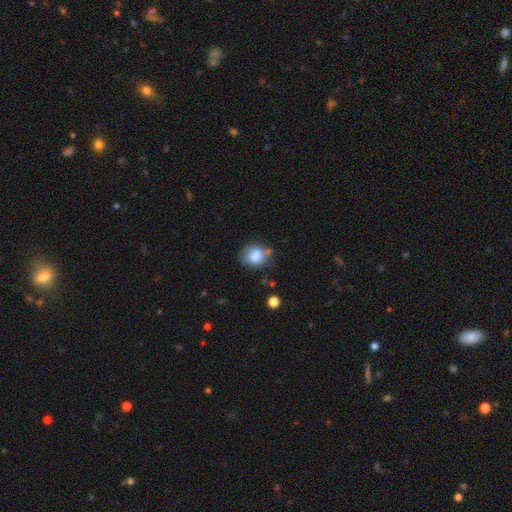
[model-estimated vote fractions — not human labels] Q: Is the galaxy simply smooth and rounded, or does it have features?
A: smooth — 79%.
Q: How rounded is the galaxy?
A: round — 57%.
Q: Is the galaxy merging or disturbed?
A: none — 54%.